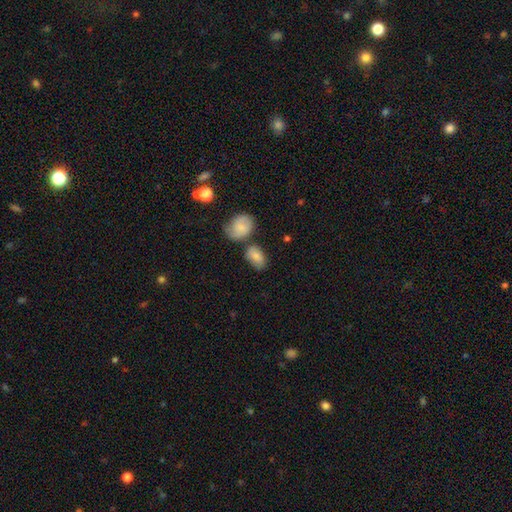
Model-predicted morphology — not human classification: A smooth galaxy with no disk features (81%) that is in between round and cigar-shaped (89%). Merging: none (54%).